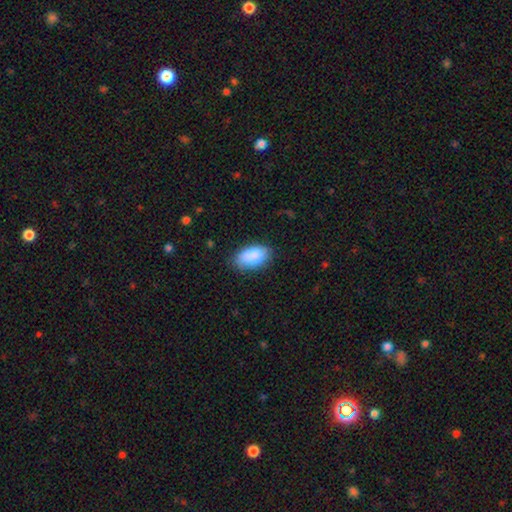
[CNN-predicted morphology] Q: Smooth or featured?
A: smooth (87%); runner-up: star or artifact (6%)
Q: How rounded?
A: in between (94%); runner-up: round (4%)
Q: Merging?
A: none (77%); runner-up: minor disturbance (18%)